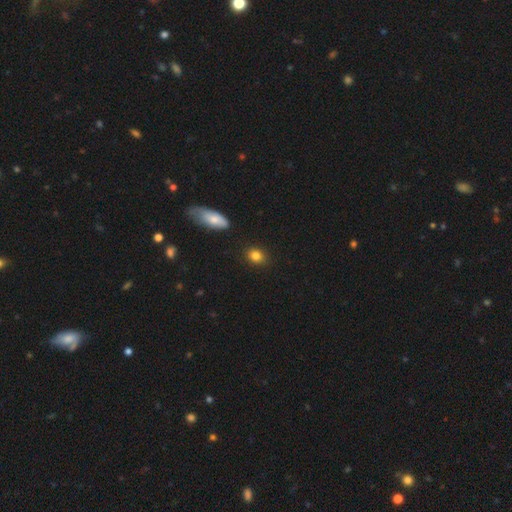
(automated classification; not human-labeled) Smooth or featured? smooth (84%)
How rounded? round (50%)
Merging? none (86%)